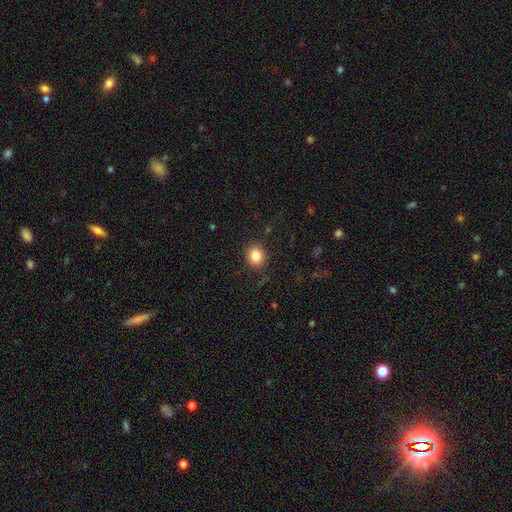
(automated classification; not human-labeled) This appears to be a smooth galaxy with no disk features (84%) that is round (75%). Merging: none (87%).